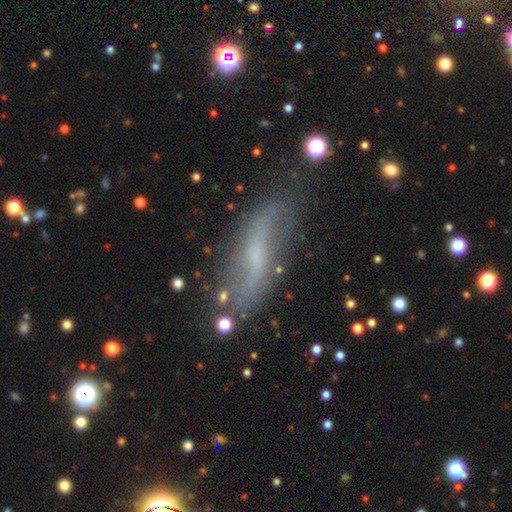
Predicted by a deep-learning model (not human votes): Smooth or featured?
  - featured or disk: 56% *
  - smooth: 32%
  - star or artifact: 13%
Edge-on disk?
  - no: 63% *
  - yes: 37%
Merging?
  - none: 70% *
  - minor disturbance: 19%
  - major disturbance: 7%
  - merger: 4%